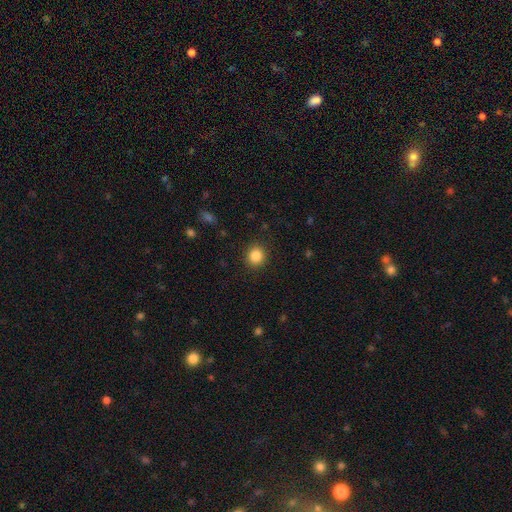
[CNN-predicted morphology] The model was most divided on "smooth or featured": smooth: 86%, star or artifact: 10%, featured or disk: 4%. More confident: merging — none (91%); how rounded — round (88%).